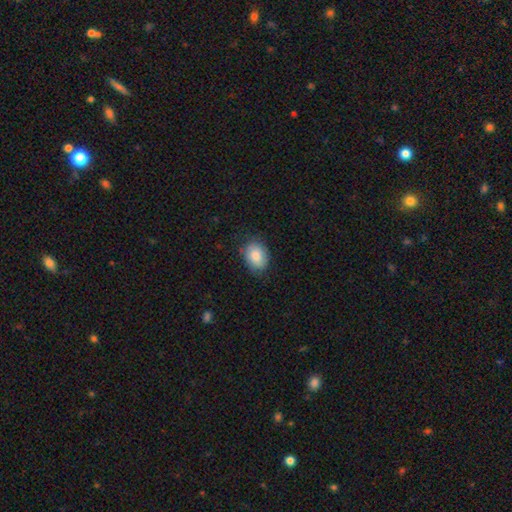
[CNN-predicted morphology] smooth-or-featured: smooth: 84% | featured or disk: 10% | star or artifact: 7%
  how-rounded: in between: 73% | round: 26% | cigar-shaped: 1%
  merging: none: 78% | minor disturbance: 17% | major disturbance: 4% | merger: 1%